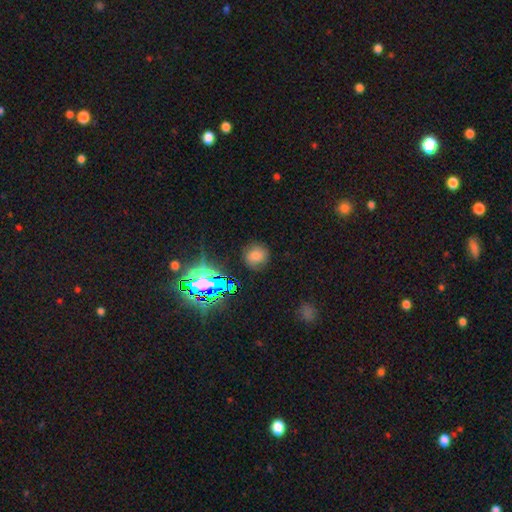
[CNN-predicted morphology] Smooth or featured? smooth (60%)
How rounded? round (86%)
Merging? none (84%)